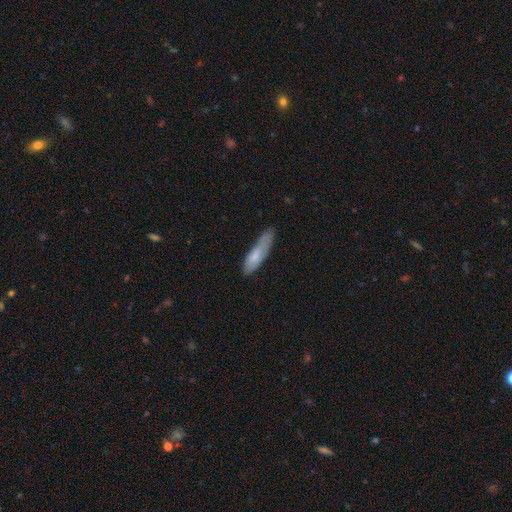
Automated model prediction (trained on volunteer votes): Smooth or featured? smooth (72%)
How rounded? cigar-shaped (68%)
Merging? none (51%)